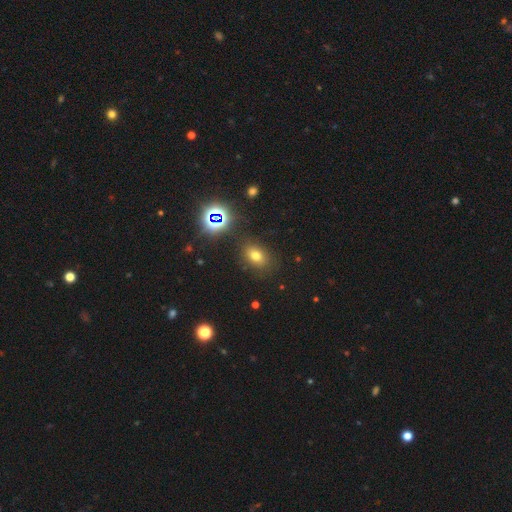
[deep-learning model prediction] smooth 66%, star or artifact 24%, featured or disk 10%. Down the decision tree: how rounded — in between (72%); merging — none (83%).